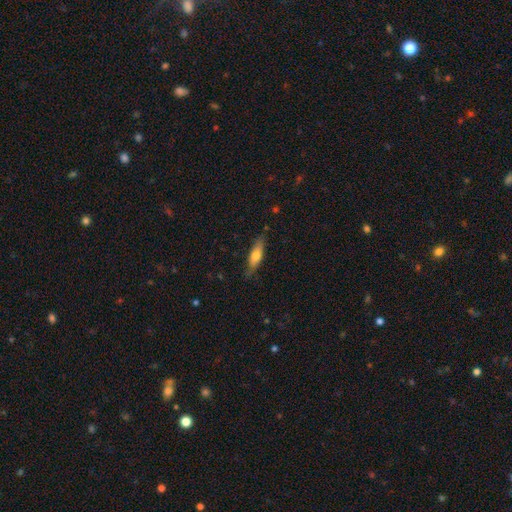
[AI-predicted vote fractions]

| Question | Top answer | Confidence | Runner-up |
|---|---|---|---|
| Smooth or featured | smooth | 59% | featured or disk (35%) |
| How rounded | cigar-shaped | 60% | in between (37%) |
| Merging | none | 78% | minor disturbance (17%) |